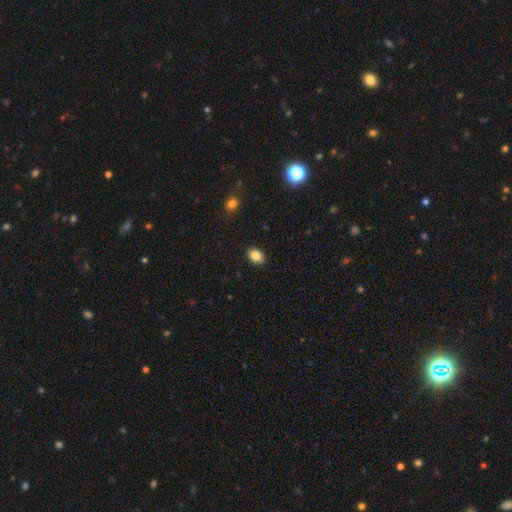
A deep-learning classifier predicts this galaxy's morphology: Smooth or featured? smooth (86%)
How rounded? in between (79%)
Merging? none (89%)